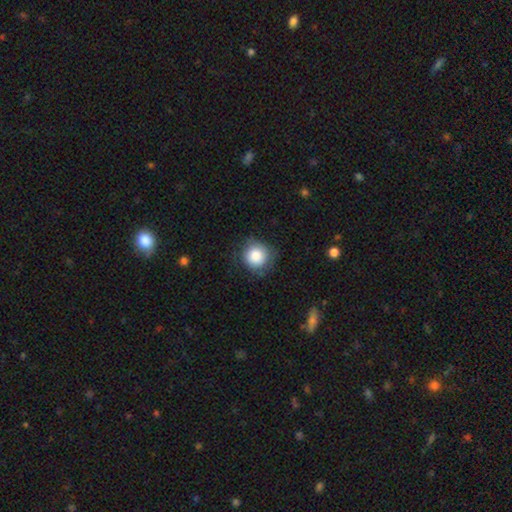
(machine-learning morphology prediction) Overall: smooth (82%). How rounded: round (92%). Merging: none (74%).